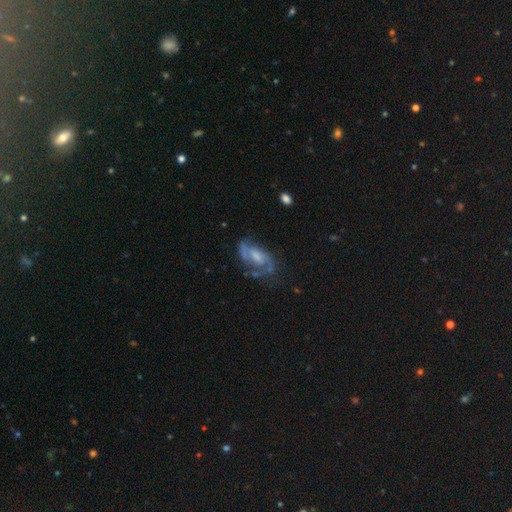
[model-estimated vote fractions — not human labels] A featured or disk galaxy (76%) with no bar (45%), 2 (72%) medium (49%) spiral arms (86%) and a moderate central bulge (38%).

Vote fractions:
- Smooth or featured? featured or disk: 76% / smooth: 17% / star or artifact: 7%
- Edge-on disk? no: 96% / yes: 4%
- Bar? no: 45% / weak: 43% / strong: 12%
- Spiral arms? yes: 86% / no: 14%
- Spiral winding? medium: 49% / loose: 26% / tight: 25%
- Spiral arm count? 2: 72% / can't tell: 14% / 1: 7% / 3: 4% / 4: 1% / more than 4: 1%
- Bulge size? moderate: 38% / small: 26% / none: 21% / large: 13% / dominant: 2%
- Merging? none: 55% / minor disturbance: 23% / major disturbance: 19% / merger: 3%